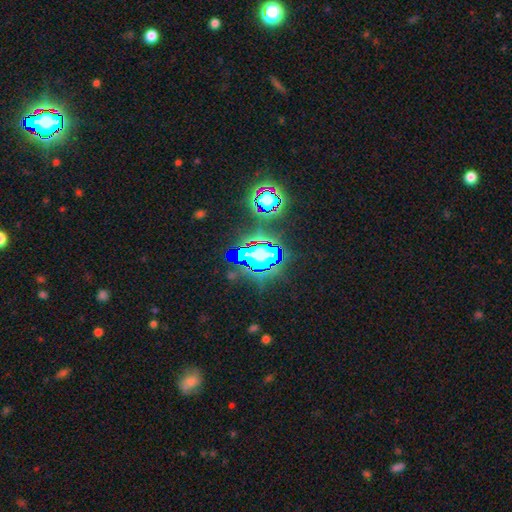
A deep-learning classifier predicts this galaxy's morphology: smooth-or-featured: star or artifact: 79% | smooth: 12% | featured or disk: 9%